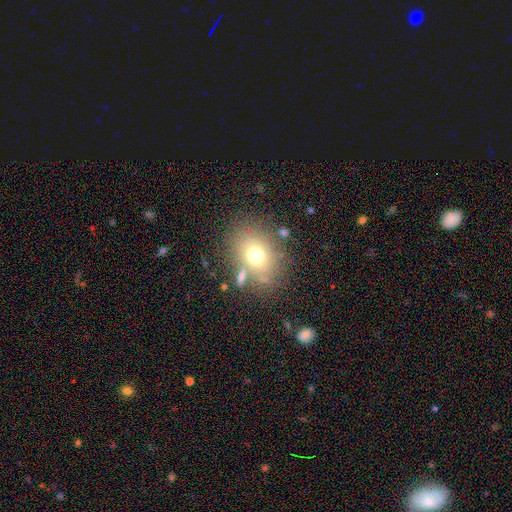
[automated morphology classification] smooth 69%, featured or disk 16%, star or artifact 15%. Down the decision tree: how rounded — in between (51%); merging — none (71%).